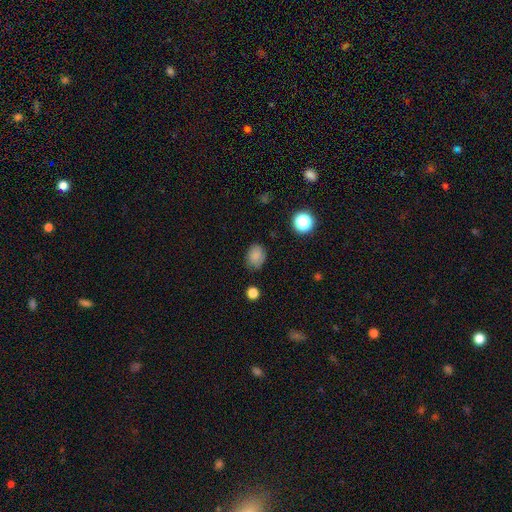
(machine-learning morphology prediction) smooth 81%, star or artifact 11%, featured or disk 8%. Down the decision tree: how rounded — in between (55%); merging — none (77%).